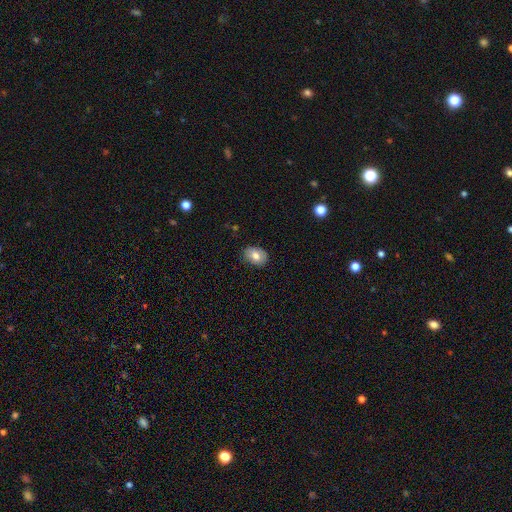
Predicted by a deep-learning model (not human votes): Smooth or featured?
  - smooth: 75% *
  - featured or disk: 17%
  - star or artifact: 8%
How rounded?
  - in between: 73% *
  - round: 26%
  - cigar-shaped: 1%
Merging?
  - none: 84% *
  - minor disturbance: 13%
  - major disturbance: 2%
  - merger: 1%